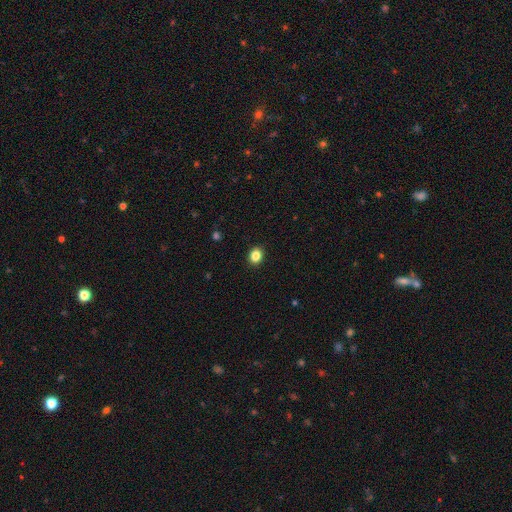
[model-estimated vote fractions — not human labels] The model was most divided on "how rounded": round: 61%, in between: 38%, cigar-shaped: 1%. More confident: merging — none (91%); smooth or featured — smooth (86%).